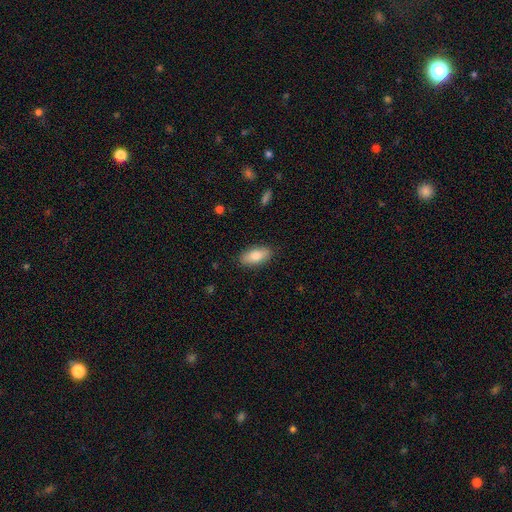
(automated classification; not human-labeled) Morphology: type=smooth (81%); roundness=in between (88%); merging=none (88%).